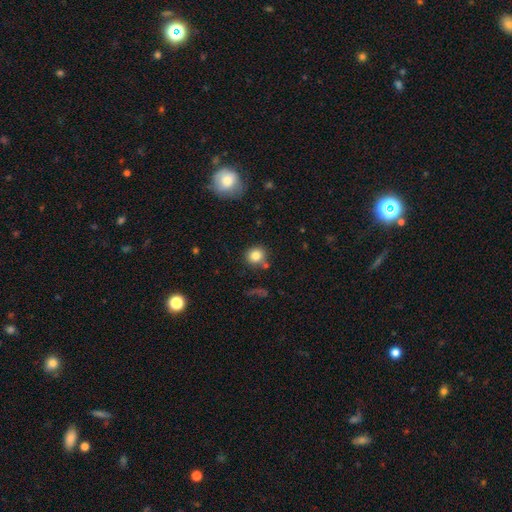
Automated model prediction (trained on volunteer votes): Morphology: type=smooth (82%); roundness=round (85%); merging=none (78%).